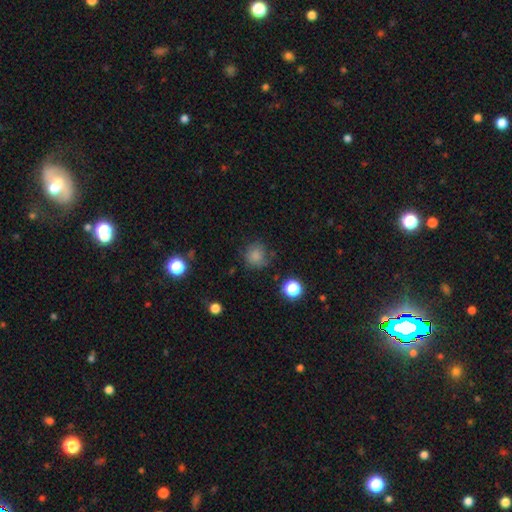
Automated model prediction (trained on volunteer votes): Smooth or featured? Predicted: smooth (p=0.79). How rounded? Predicted: round (p=0.88). Merging? Predicted: none (p=0.71).